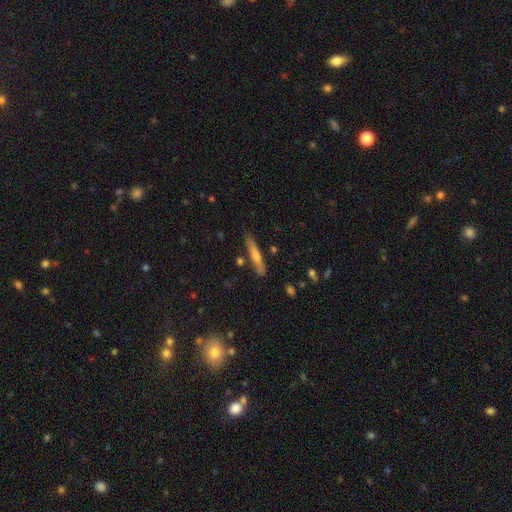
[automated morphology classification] Smooth or featured? smooth (50%)
How rounded? cigar-shaped (93%)
Merging? none (82%)